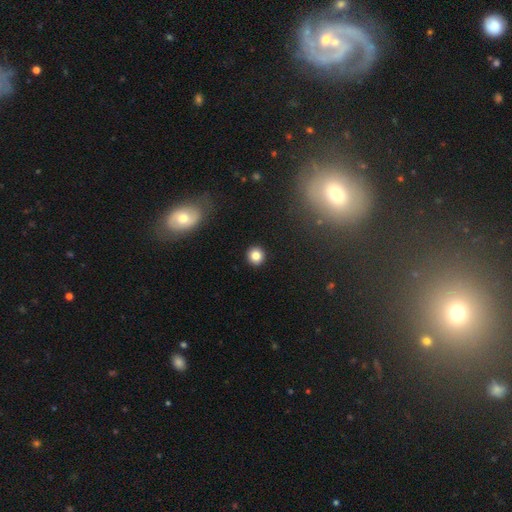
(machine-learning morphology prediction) This appears to be a smooth galaxy with no disk features (83%) that is round (93%). Merging: none (92%).